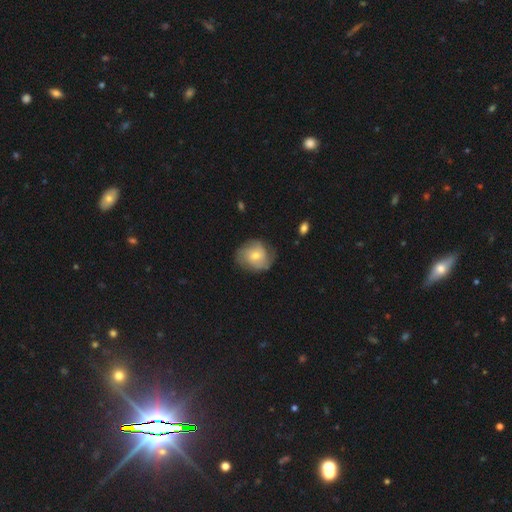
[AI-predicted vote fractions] featured or disk 54%, smooth 39%, star or artifact 7%. Down the decision tree: edge-on disk — no (97%); bar — no (70%); spiral arms — yes (85%); bulge size — moderate (52%); merging — none (69%).